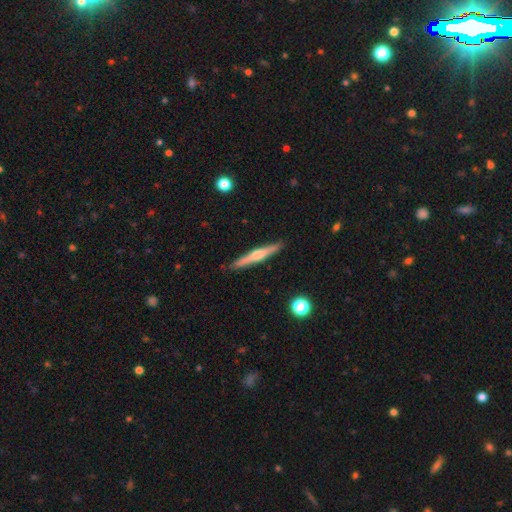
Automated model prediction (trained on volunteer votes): Smooth or featured? featured or disk (66%)
Edge-on disk? yes (98%)
Edge-on bulge? rounded (84%)
Merging? none (91%)